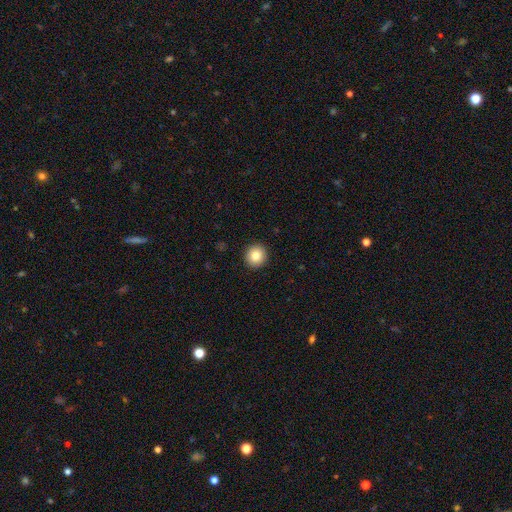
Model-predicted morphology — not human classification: Overall: smooth (84%). How rounded: round (93%). Merging: none (93%).